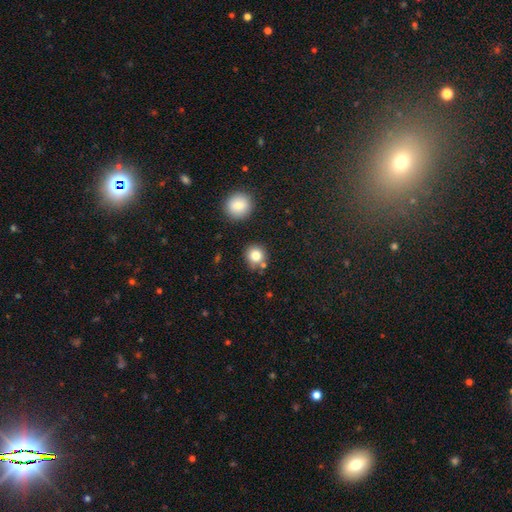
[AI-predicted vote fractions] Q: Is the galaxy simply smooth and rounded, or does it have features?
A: smooth — 81%.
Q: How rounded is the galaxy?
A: round — 90%.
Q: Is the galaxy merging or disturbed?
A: none — 76%.